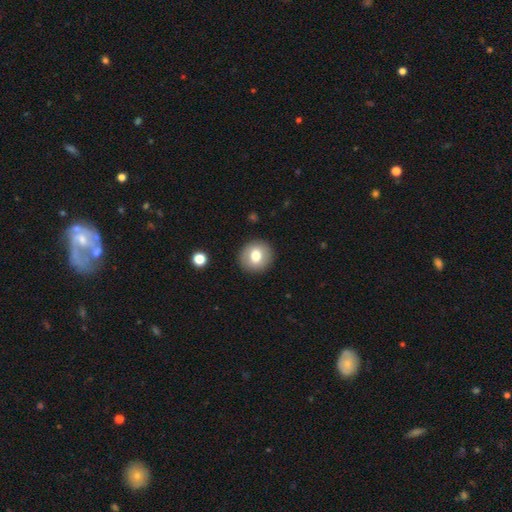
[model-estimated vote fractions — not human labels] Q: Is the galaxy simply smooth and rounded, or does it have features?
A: smooth — 75%.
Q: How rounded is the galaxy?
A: round — 88%.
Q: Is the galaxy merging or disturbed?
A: none — 90%.